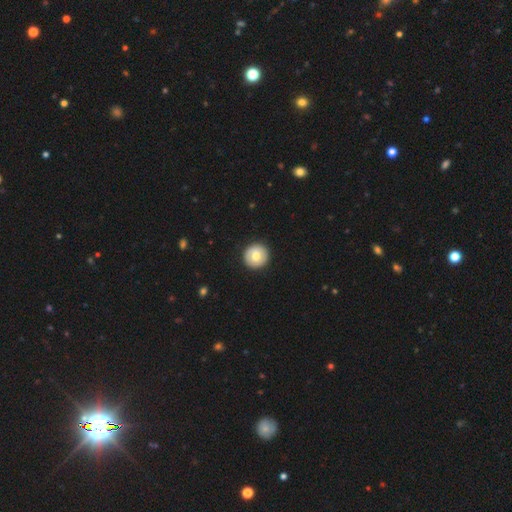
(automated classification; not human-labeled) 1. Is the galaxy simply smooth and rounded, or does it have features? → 70% smooth, 23% featured or disk, 7% star or artifact.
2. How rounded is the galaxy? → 95% round, 4% in between, 1% cigar-shaped.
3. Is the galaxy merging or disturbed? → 92% none, 5% minor disturbance, 2% major disturbance, 1% merger.